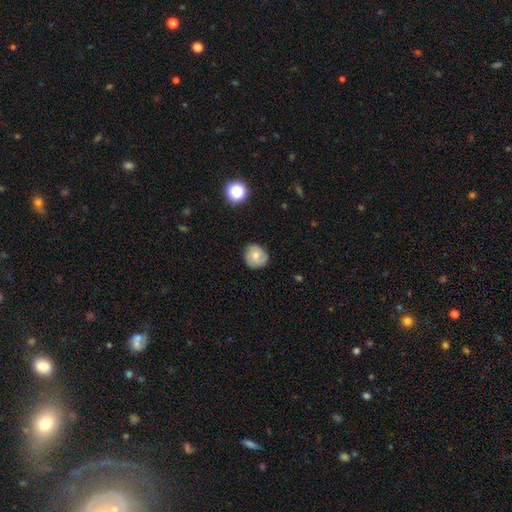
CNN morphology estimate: A smooth galaxy with no disk features (61%) that is round (86%). Merging: none (80%).